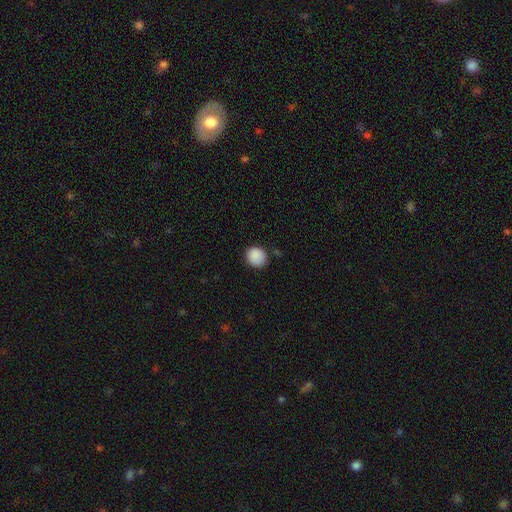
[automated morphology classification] smooth_or_featured: smooth (p=0.89) [alt: star or artifact p=0.08]
how_rounded: round (p=0.80) [alt: in between p=0.19]
merging: none (p=0.82) [alt: minor disturbance p=0.13]